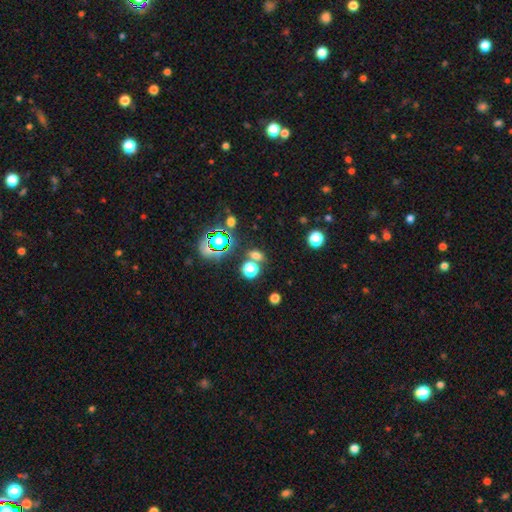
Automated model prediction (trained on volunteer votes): Smooth or featured? Predicted: smooth (p=0.59). How rounded? Predicted: in between (p=0.52). Merging? Predicted: none (p=0.67).